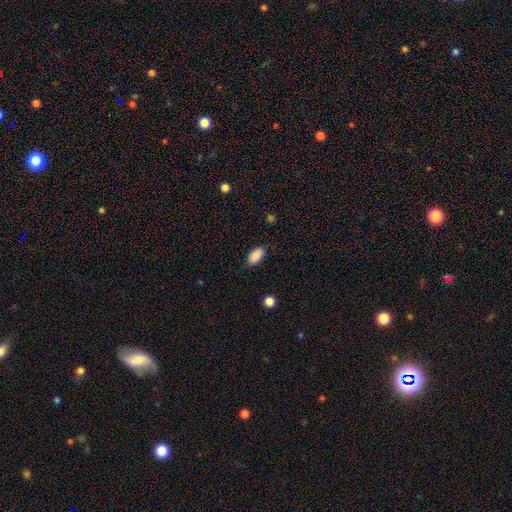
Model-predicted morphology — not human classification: Overall: smooth (89%). How rounded: in between (94%). Merging: none (84%).